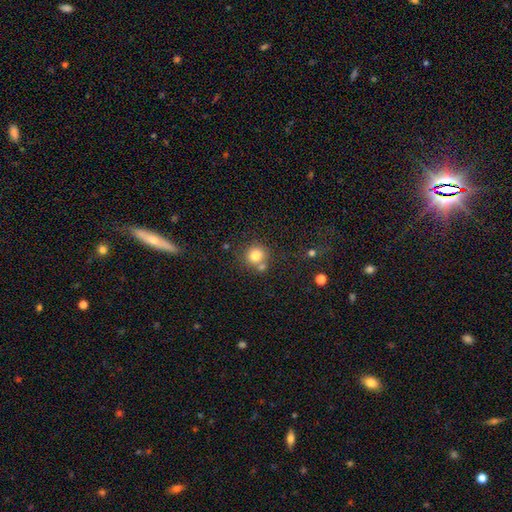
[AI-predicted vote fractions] Smooth or featured? Predicted: smooth (p=0.79). How rounded? Predicted: round (p=0.91). Merging? Predicted: none (p=0.65).